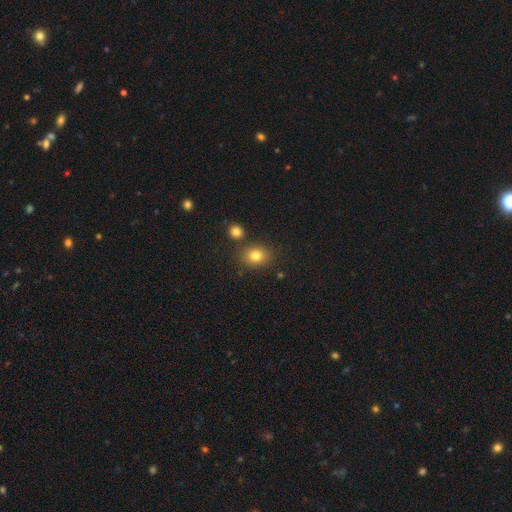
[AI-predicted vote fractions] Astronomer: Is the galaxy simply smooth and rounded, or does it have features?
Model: smooth — 80%.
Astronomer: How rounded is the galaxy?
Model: round — 56% (runner-up: in between, 43%).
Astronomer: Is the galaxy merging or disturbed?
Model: none — 78%.